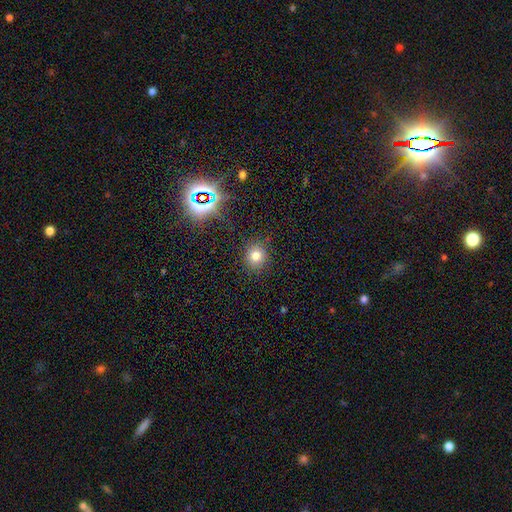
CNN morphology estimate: type=smooth (75%); roundness=round (84%); merging=none (87%).